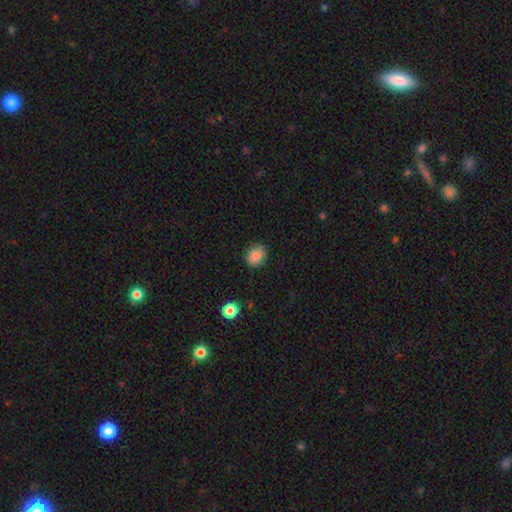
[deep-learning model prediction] Smooth or featured?
  - smooth: 85% *
  - star or artifact: 10%
  - featured or disk: 5%
How rounded?
  - round: 59% *
  - in between: 40%
  - cigar-shaped: 1%
Merging?
  - none: 87% *
  - minor disturbance: 9%
  - major disturbance: 2%
  - merger: 1%